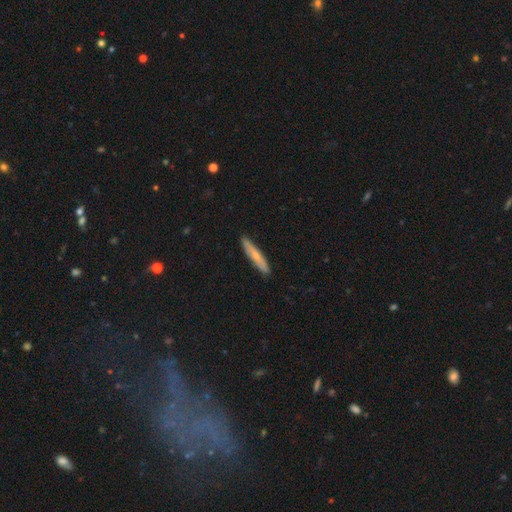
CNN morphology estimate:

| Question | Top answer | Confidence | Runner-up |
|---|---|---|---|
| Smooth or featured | smooth | 63% | featured or disk (32%) |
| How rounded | cigar-shaped | 93% | in between (6%) |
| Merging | none | 90% | minor disturbance (7%) |